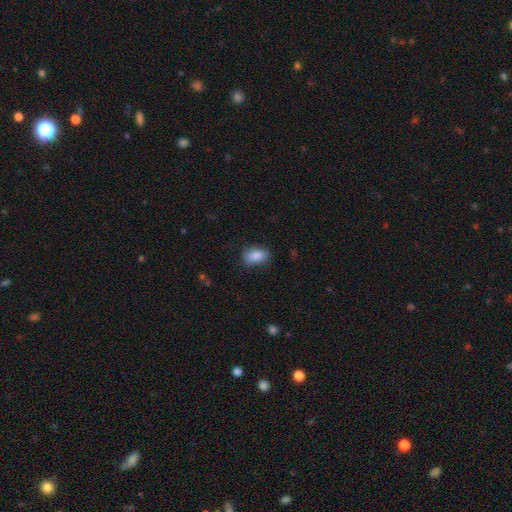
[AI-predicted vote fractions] smooth 86%, star or artifact 8%, featured or disk 6%. Down the decision tree: how rounded — in between (85%); merging — none (78%).